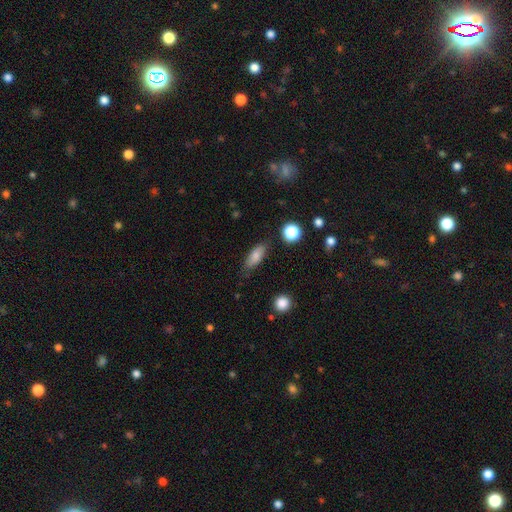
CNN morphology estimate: Overall: smooth (79%). How rounded: in between (73%). Merging: none (80%).